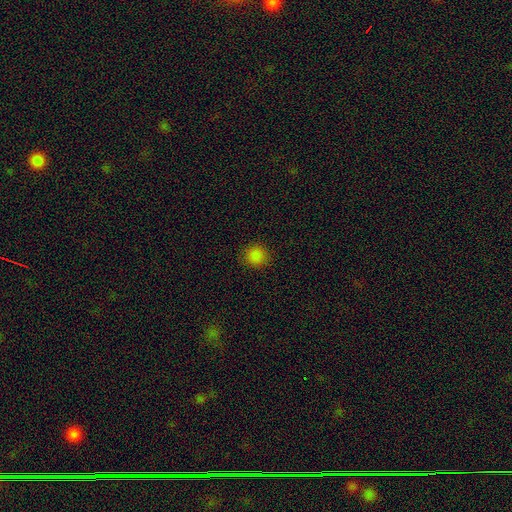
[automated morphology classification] This appears to be a smooth galaxy with no disk features (84%) that is round (90%). Merging: none (89%).